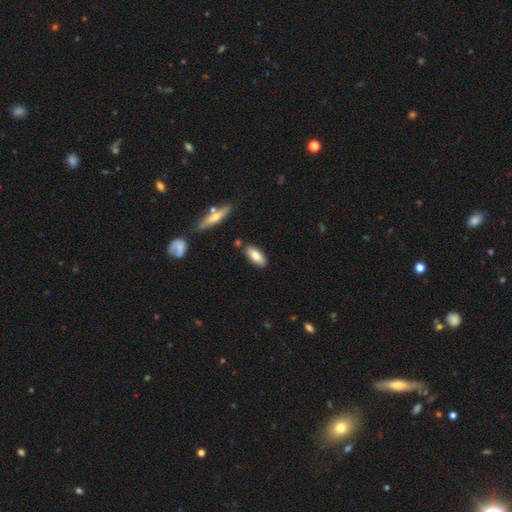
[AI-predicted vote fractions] smooth_or_featured: smooth (p=0.78) [alt: featured or disk p=0.16]
how_rounded: in between (p=0.76) [alt: cigar-shaped p=0.22]
merging: none (p=0.83) [alt: minor disturbance p=0.11]